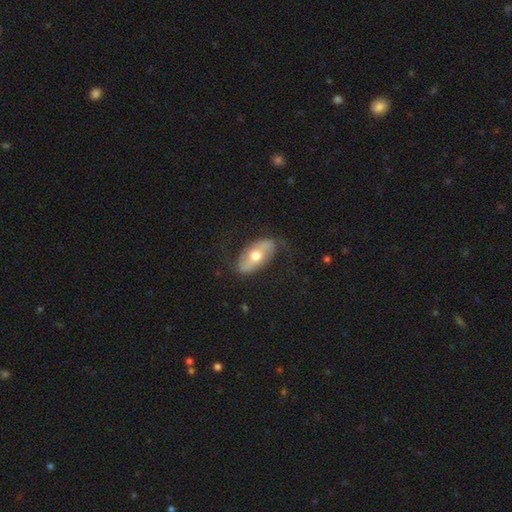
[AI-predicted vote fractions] Smooth or featured? Predicted: featured or disk (p=0.60). Edge-on disk? Predicted: no (p=0.86). Bar? Predicted: no (p=0.46). Spiral arms? Predicted: yes (p=0.66). Bulge size? Predicted: moderate (p=0.75). Merging? Predicted: none (p=0.72).